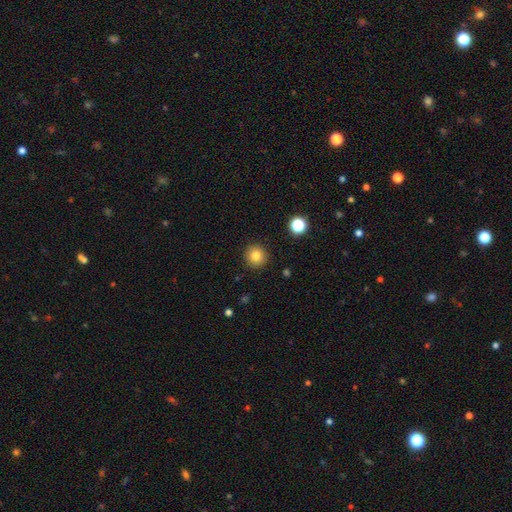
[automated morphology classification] A smooth galaxy with no disk features (82%) that is round (94%).

Vote fractions:
- Smooth or featured? smooth: 82% / star or artifact: 12% / featured or disk: 6%
- How rounded? round: 94% / in between: 5% / cigar-shaped: 1%
- Merging? none: 91% / minor disturbance: 6% / major disturbance: 2% / merger: 1%